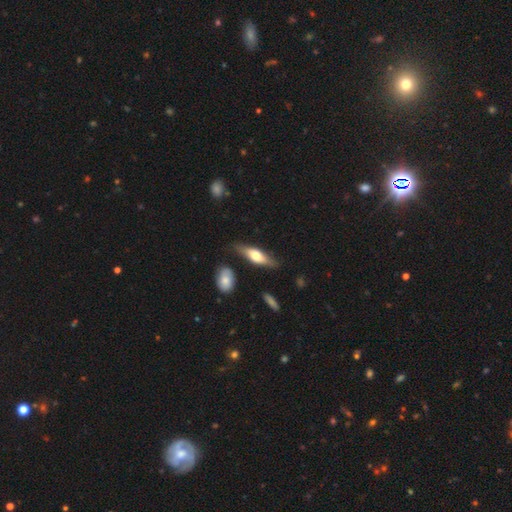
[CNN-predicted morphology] Smooth or featured? smooth (52%)
How rounded? cigar-shaped (51%)
Merging? none (72%)